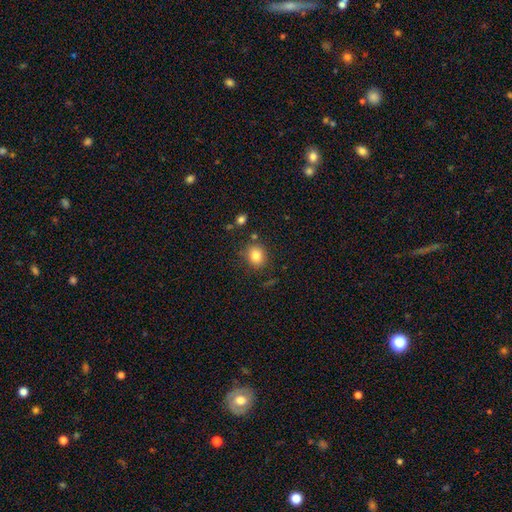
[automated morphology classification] Smooth or featured? smooth (82%)
How rounded? round (69%)
Merging? none (82%)